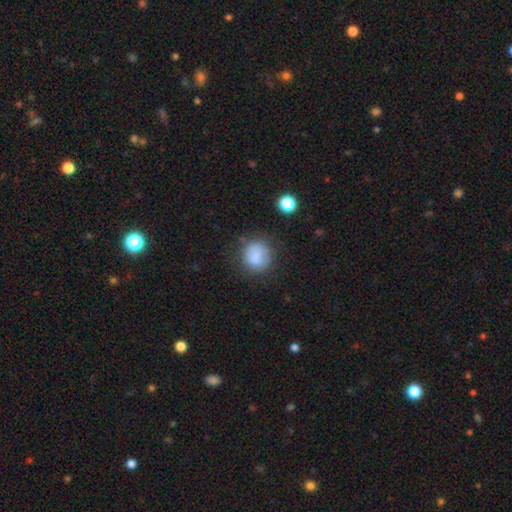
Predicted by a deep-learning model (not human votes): This is likely a smooth galaxy (79%). How rounded: likely round (79%). Merging: likely none (66%).